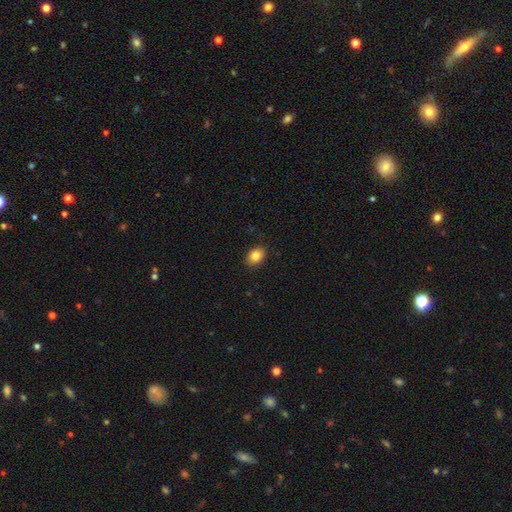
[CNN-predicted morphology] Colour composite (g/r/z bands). It shows a smooth galaxy with no disk features (84%) that is in between round and cigar-shaped (72%). Merging: none (89%).